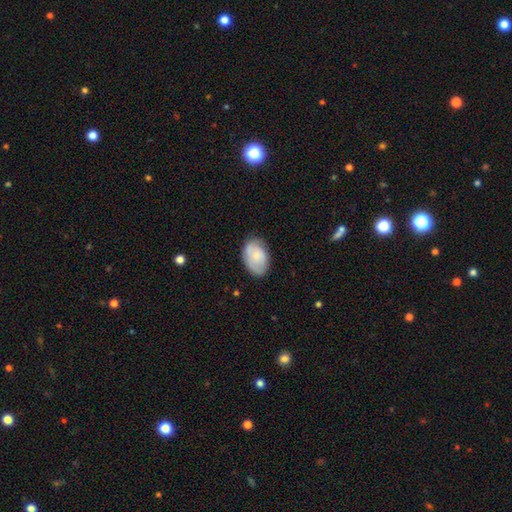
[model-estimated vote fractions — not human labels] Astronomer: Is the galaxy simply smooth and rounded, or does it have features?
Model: smooth — 62%.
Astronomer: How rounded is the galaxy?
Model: in between — 85%.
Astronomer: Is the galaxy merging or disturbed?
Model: none — 73%.